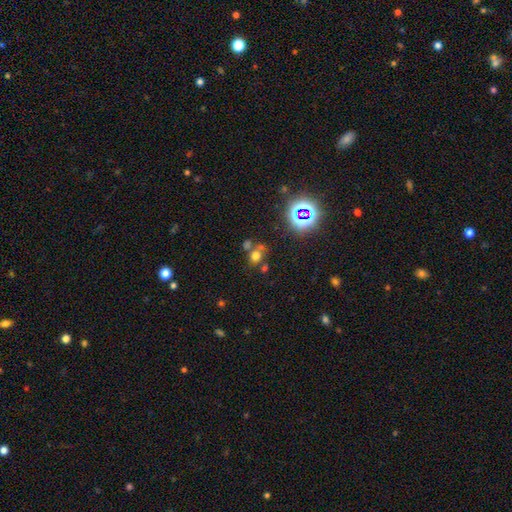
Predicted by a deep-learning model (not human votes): Smooth or featured? Predicted: smooth (p=0.59). How rounded? Predicted: round (p=0.68). Merging? Predicted: none (p=0.53).